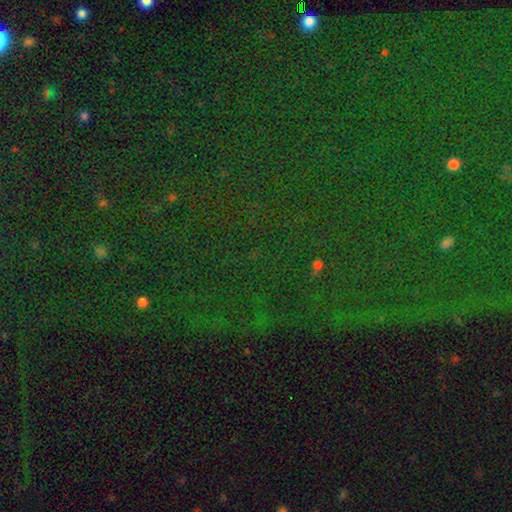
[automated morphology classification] This appears to be a star or artifact, not a galaxy (82%).